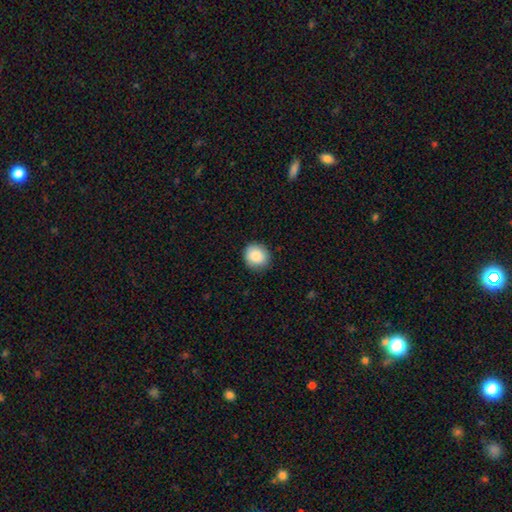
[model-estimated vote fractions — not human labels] This is clearly a smooth galaxy (86%). How rounded: clearly round (84%). Merging: clearly none (88%).